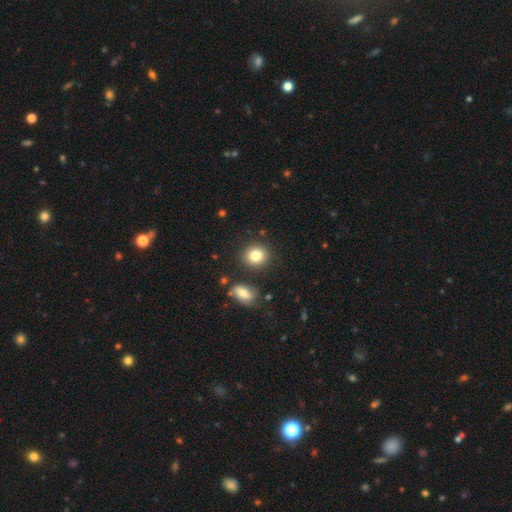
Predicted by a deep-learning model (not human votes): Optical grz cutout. It shows a smooth galaxy with no disk features (82%) that is round (79%). Merging: none (83%).